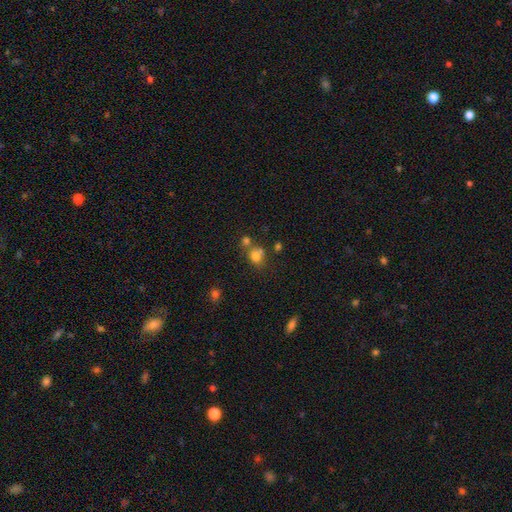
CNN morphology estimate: This appears to be a smooth galaxy with no disk features (73%) that is round (66%). Merging: none (47%).